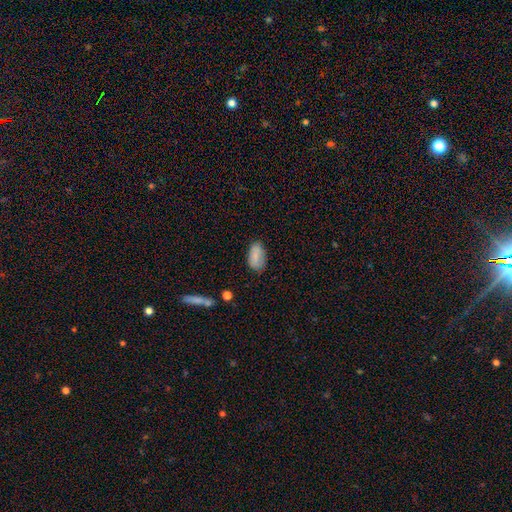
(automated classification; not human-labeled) Smooth or featured: smooth — 81% (featured or disk — 12%)
How rounded: in between — 94% (round — 4%)
Merging: none — 73% (minor disturbance — 21%)